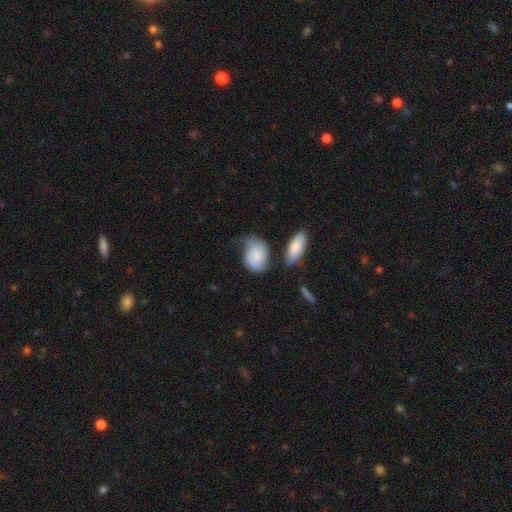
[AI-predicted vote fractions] smooth 62%, featured or disk 31%, star or artifact 7%. Down the decision tree: how rounded — in between (74%); merging — none (43%).